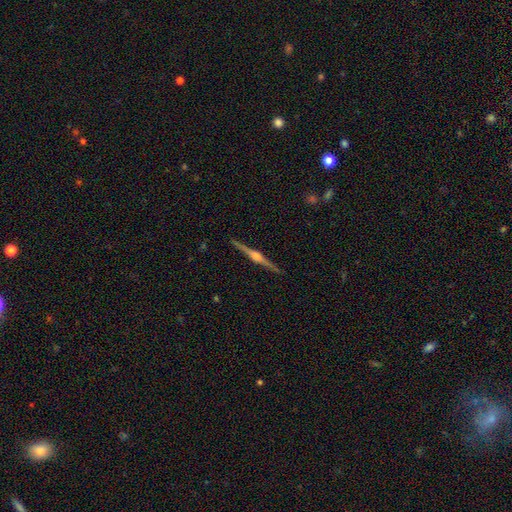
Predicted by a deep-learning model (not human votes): smooth_or_featured: featured or disk (p=0.88) [alt: smooth p=0.07]
disk_edge_on: yes (p=0.99) [alt: no p=0.01]
edge_on_bulge: rounded (p=0.89) [alt: boxy p=0.08]
merging: none (p=0.93) [alt: minor disturbance p=0.05]